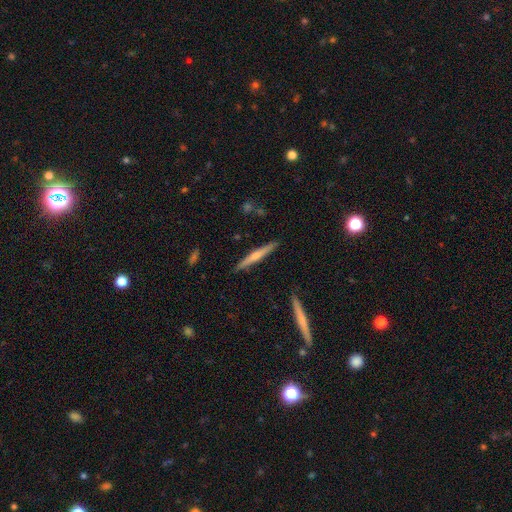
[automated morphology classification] Q: Smooth or featured?
A: featured or disk (52%); runner-up: smooth (42%)
Q: Edge-on disk?
A: yes (97%); runner-up: no (3%)
Q: Edge-on bulge?
A: rounded (62%); runner-up: none (29%)
Q: Merging?
A: none (89%); runner-up: minor disturbance (8%)